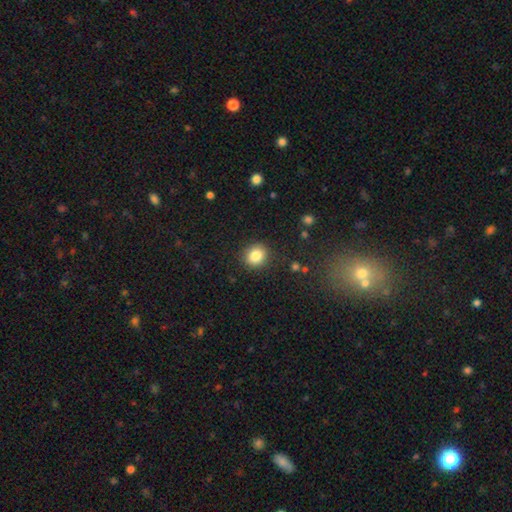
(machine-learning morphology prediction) Smooth or featured? smooth (85%)
How rounded? round (80%)
Merging? none (89%)